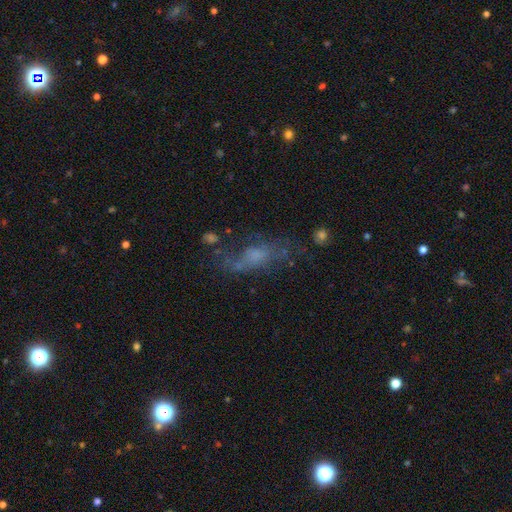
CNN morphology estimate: Smooth or featured?
  - featured or disk: 50% *
  - smooth: 35%
  - star or artifact: 15%
Edge-on disk?
  - no: 85% *
  - yes: 15%
Merging?
  - none: 43% *
  - major disturbance: 28%
  - minor disturbance: 22%
  - merger: 7%